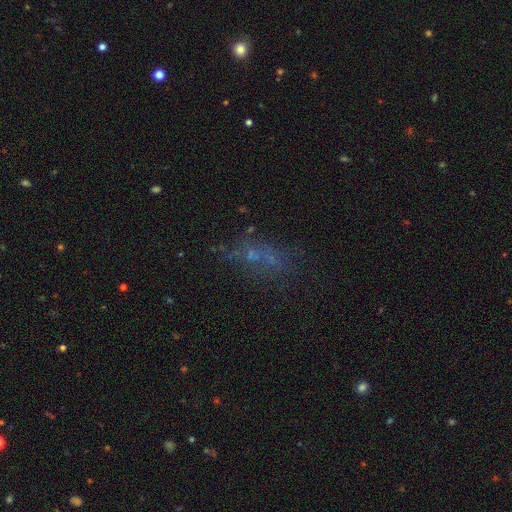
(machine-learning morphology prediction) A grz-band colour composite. It shows a smooth galaxy with no disk features (35%). Merging: none (50%).